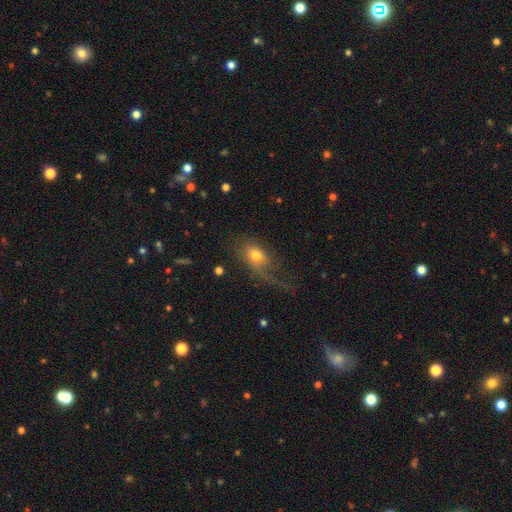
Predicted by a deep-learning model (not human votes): A smooth galaxy with no disk features (61%) that is in between round and cigar-shaped (77%).

Vote fractions:
- Smooth or featured? smooth: 61% / featured or disk: 29% / star or artifact: 10%
- How rounded? in between: 77% / round: 19% / cigar-shaped: 4%
- Merging? major disturbance: 50% / none: 29% / minor disturbance: 17% / merger: 4%